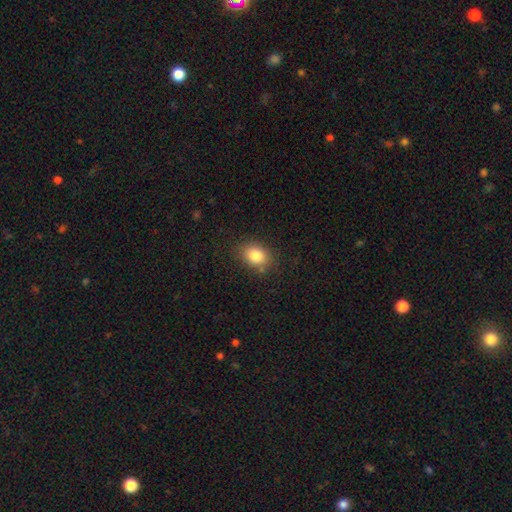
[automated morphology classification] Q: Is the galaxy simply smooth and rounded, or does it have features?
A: smooth — 83%.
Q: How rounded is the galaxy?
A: in between — 67%.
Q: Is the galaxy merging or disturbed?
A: none — 81%.